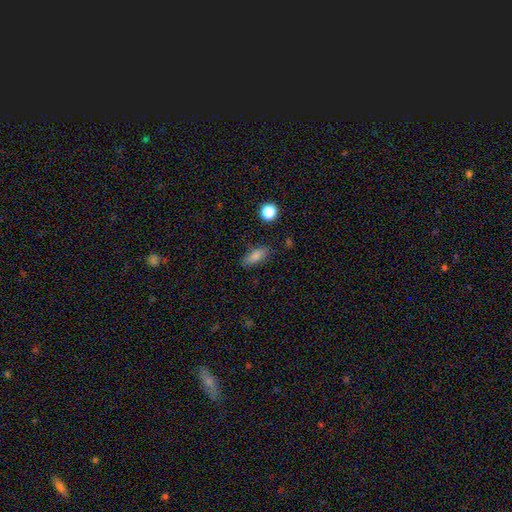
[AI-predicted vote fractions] This appears to be a smooth galaxy with no disk features (80%) that is in between round and cigar-shaped (74%). Merging: none (82%).